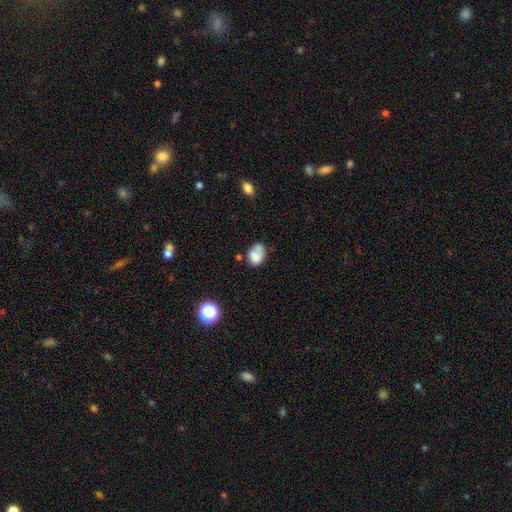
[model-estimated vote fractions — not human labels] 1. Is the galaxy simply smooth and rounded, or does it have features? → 75% smooth, 15% featured or disk, 10% star or artifact.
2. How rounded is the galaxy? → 68% in between, 31% round, 1% cigar-shaped.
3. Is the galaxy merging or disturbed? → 44% none, 28% minor disturbance, 15% merger, 12% major disturbance.